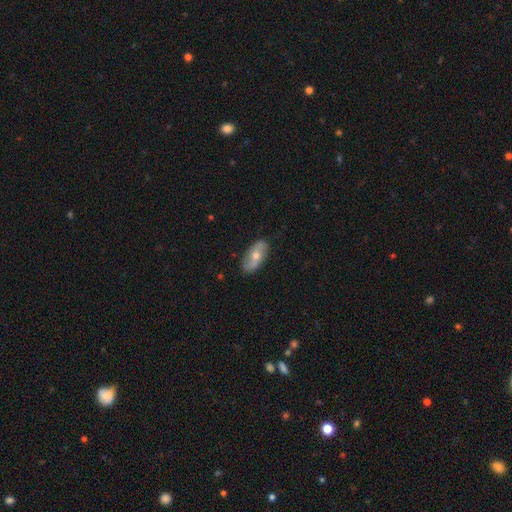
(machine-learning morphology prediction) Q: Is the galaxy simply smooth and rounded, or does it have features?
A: featured or disk — 48%.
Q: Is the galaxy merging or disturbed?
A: none — 83%.